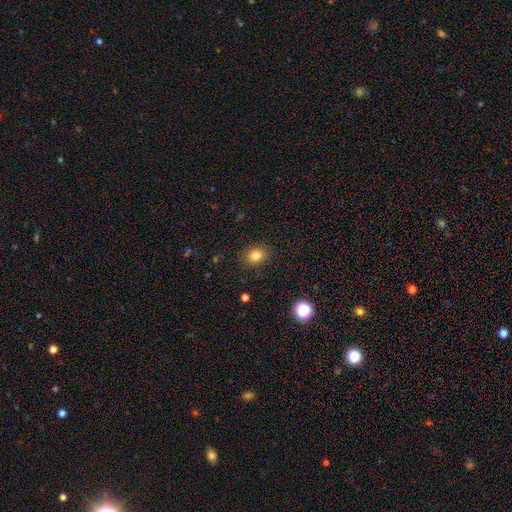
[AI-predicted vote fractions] Q: Smooth or featured?
A: smooth (83%); runner-up: star or artifact (11%)
Q: How rounded?
A: round (56%); runner-up: in between (43%)
Q: Merging?
A: none (87%); runner-up: minor disturbance (9%)